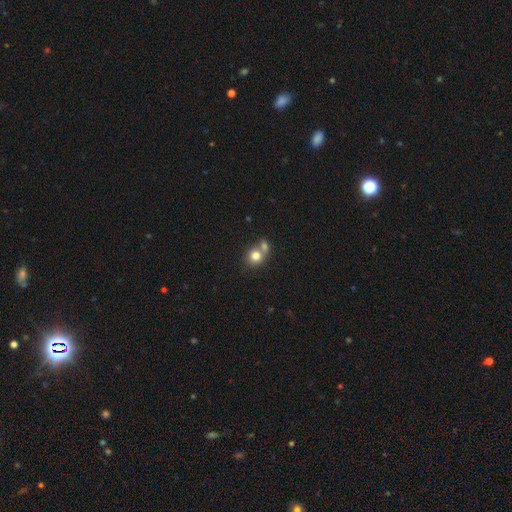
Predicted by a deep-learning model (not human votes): Smooth or featured?
  - smooth: 78% *
  - featured or disk: 11%
  - star or artifact: 11%
How rounded?
  - round: 77% *
  - in between: 22%
  - cigar-shaped: 1%
Merging?
  - merger: 48% *
  - none: 41%
  - minor disturbance: 8%
  - major disturbance: 3%